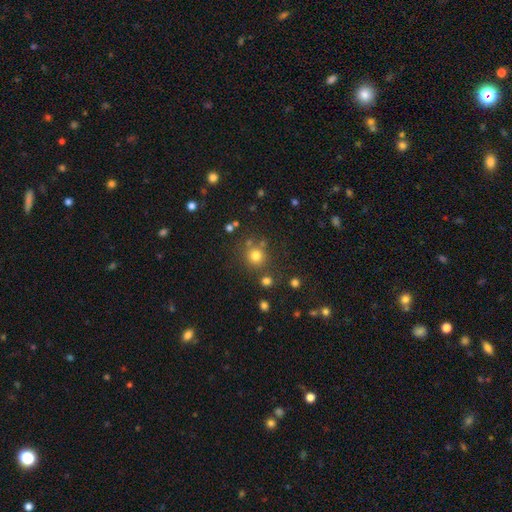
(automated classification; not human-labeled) A smooth galaxy with no disk features (76%) that is round (92%). Merging: none (78%).